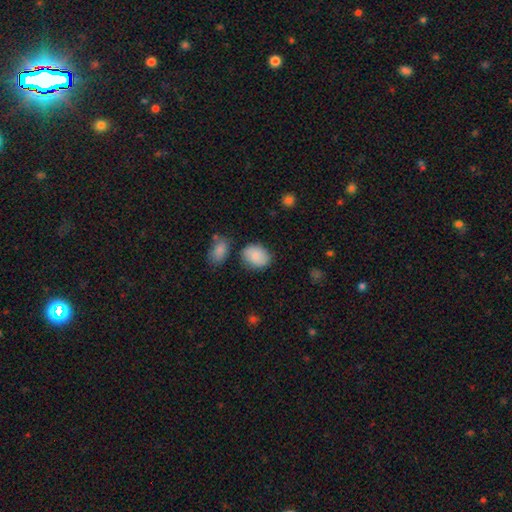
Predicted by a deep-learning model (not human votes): A smooth galaxy with no disk features (82%) that is in between round and cigar-shaped (64%). Merging: none (73%).